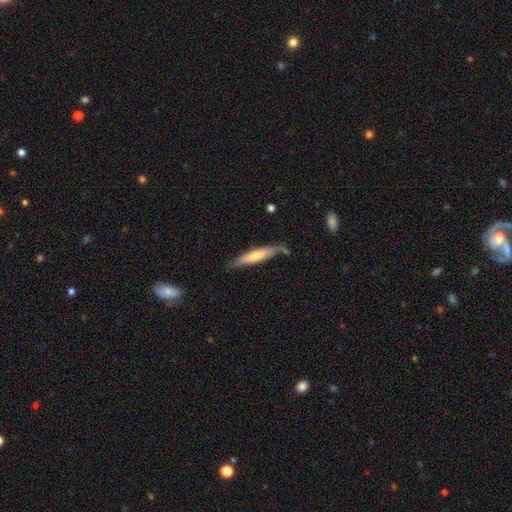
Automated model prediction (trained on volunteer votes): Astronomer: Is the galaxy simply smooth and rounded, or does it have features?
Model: smooth — 60%.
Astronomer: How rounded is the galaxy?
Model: cigar-shaped — 84%.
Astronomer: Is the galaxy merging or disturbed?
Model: none — 70%.